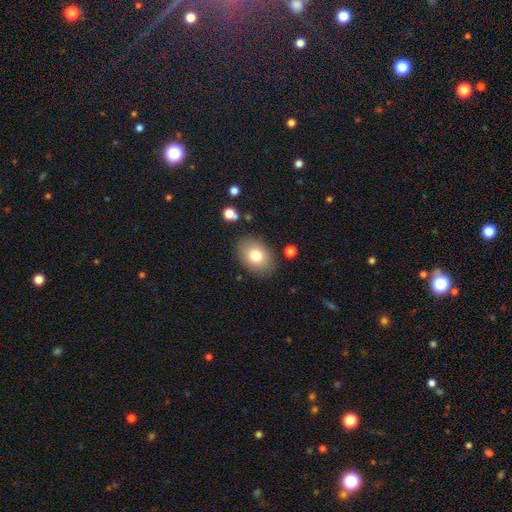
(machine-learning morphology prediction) Smooth or featured? smooth (79%)
How rounded? in between (79%)
Merging? none (84%)